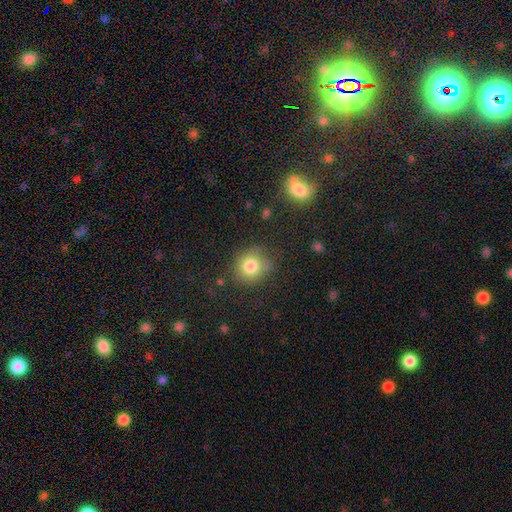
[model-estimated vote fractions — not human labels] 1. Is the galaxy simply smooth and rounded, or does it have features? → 48% smooth, 45% star or artifact, 7% featured or disk.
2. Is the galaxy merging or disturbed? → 86% none, 8% minor disturbance, 3% major disturbance, 2% merger.